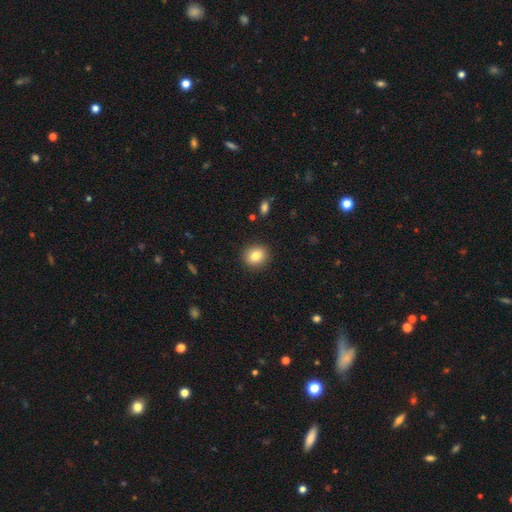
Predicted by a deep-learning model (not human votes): A smooth galaxy with no disk features (83%) that is round (72%). Merging: none (90%).